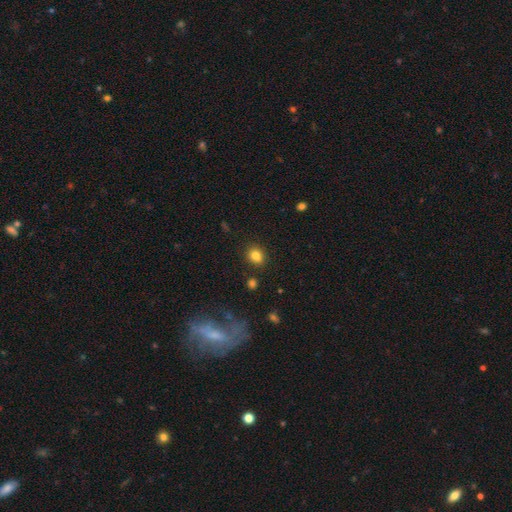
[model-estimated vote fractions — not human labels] A smooth galaxy with no disk features (81%) that is round (61%). Merging: none (83%).